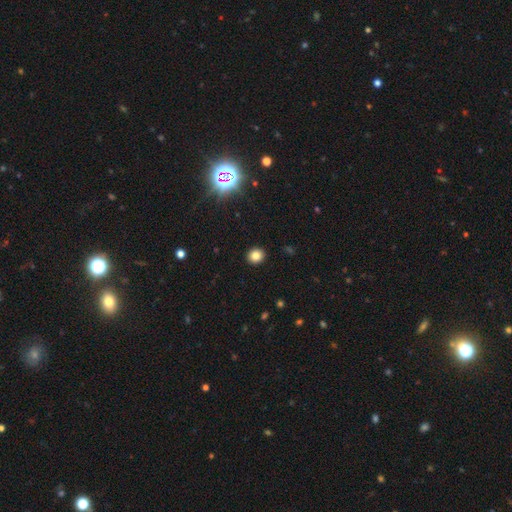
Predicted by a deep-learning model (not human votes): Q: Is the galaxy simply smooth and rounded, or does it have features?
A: smooth — 82%.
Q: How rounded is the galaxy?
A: round — 82%.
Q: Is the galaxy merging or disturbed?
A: none — 92%.